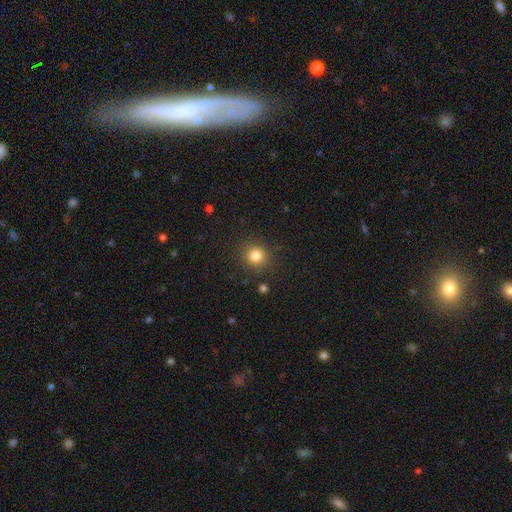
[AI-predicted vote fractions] A smooth galaxy with no disk features (82%) that is round (90%). Merging: none (88%).